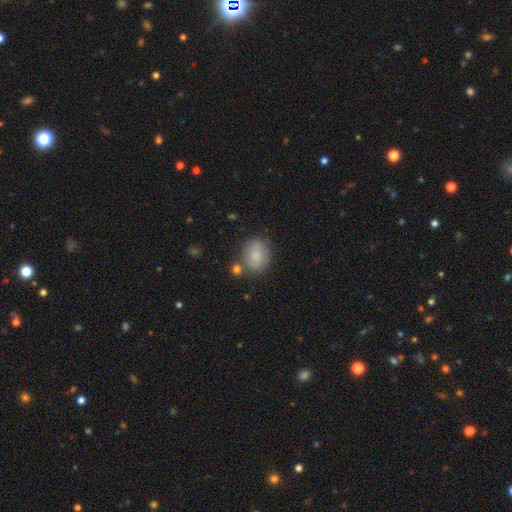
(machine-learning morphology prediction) type=smooth (79%); roundness=round (53%); merging=none (72%).